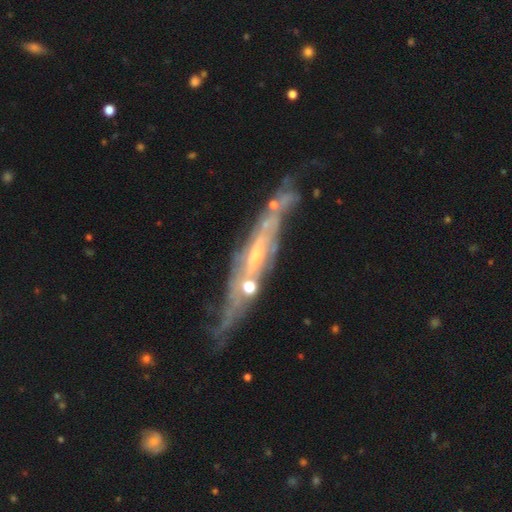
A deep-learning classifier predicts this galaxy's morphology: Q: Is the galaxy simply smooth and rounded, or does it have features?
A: featured or disk — 83%.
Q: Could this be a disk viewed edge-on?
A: yes — 50%, tied with no.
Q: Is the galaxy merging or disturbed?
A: none — 57%.